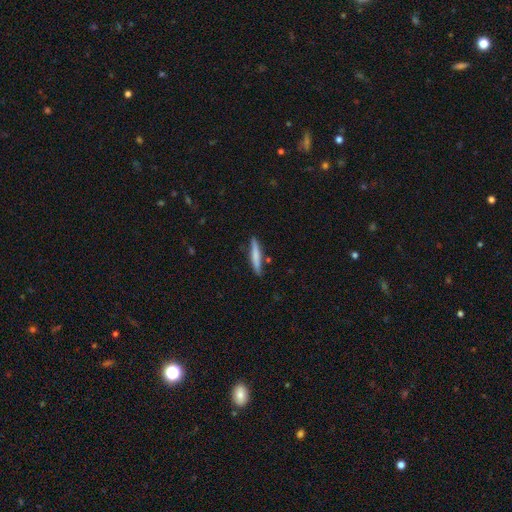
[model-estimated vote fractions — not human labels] Smooth or featured: smooth — 66% (featured or disk — 28%)
How rounded: cigar-shaped — 93% (in between — 6%)
Merging: none — 82% (minor disturbance — 12%)